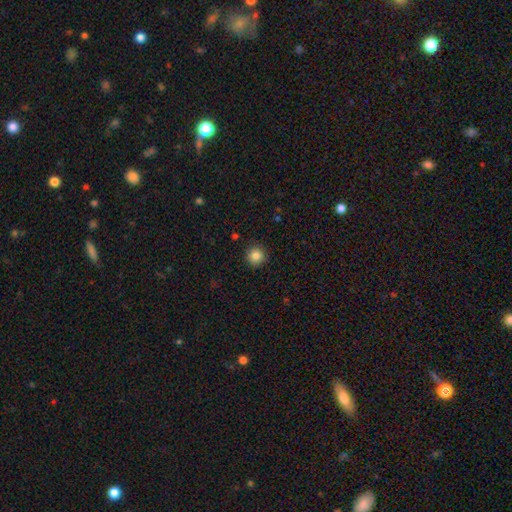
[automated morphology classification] This is clearly a smooth galaxy (85%). How rounded: clearly round (95%). Merging: clearly none (92%).